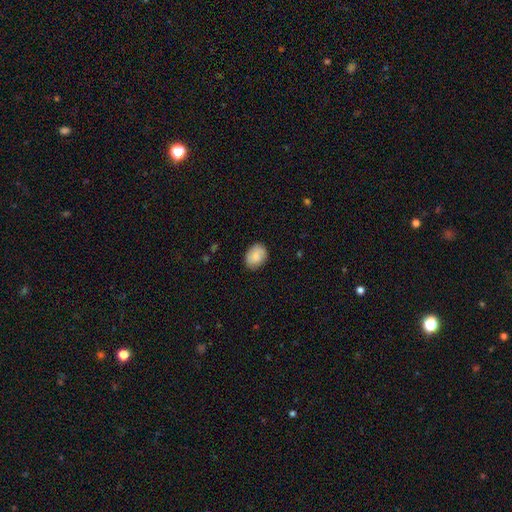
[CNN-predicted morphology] Q: Smooth or featured?
A: smooth (81%); runner-up: featured or disk (12%)
Q: How rounded?
A: in between (70%); runner-up: round (29%)
Q: Merging?
A: none (82%); runner-up: minor disturbance (14%)